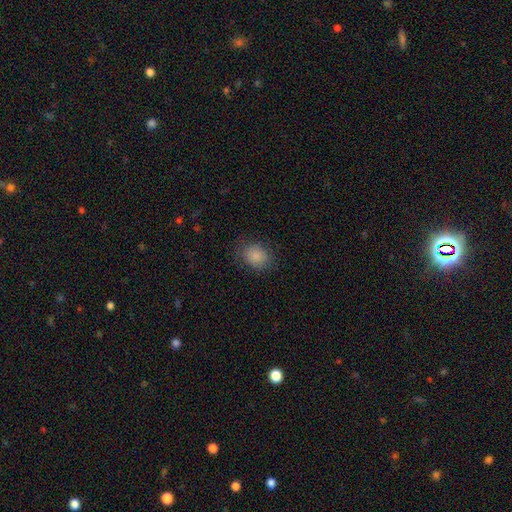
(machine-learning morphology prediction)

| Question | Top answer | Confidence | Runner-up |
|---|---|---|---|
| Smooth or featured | smooth | 86% | star or artifact (9%) |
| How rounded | in between | 51% | round (48%) |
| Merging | none | 79% | minor disturbance (15%) |